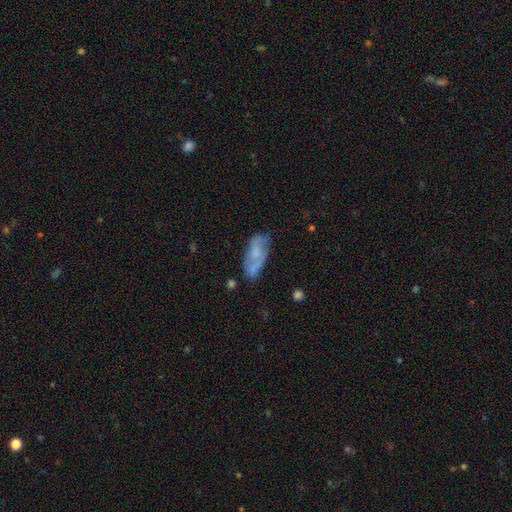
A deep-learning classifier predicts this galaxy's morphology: Smooth or featured? featured or disk (46%, tied with smooth)
Merging? none (57%)